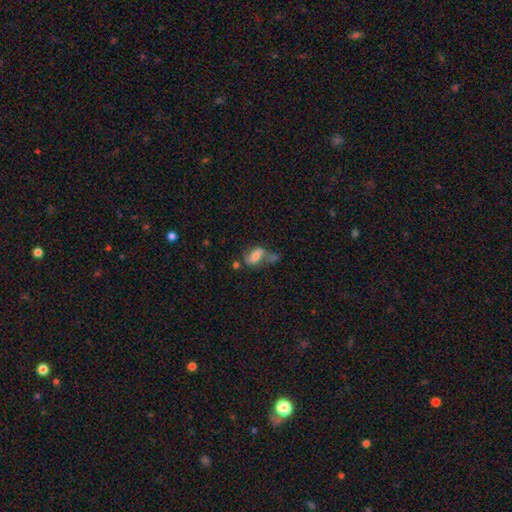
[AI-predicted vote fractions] Smooth or featured?
  - smooth: 53% *
  - featured or disk: 36%
  - star or artifact: 11%
How rounded?
  - in between: 82% *
  - round: 10%
  - cigar-shaped: 9%
Merging?
  - none: 35% *
  - merger: 27%
  - minor disturbance: 21%
  - major disturbance: 17%